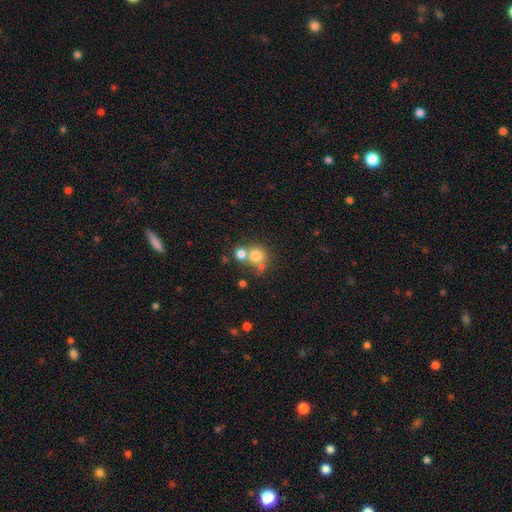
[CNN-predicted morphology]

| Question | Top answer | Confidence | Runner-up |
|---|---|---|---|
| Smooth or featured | smooth | 75% | star or artifact (13%) |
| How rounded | round | 86% | in between (13%) |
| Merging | merger | 45% | none (44%) |